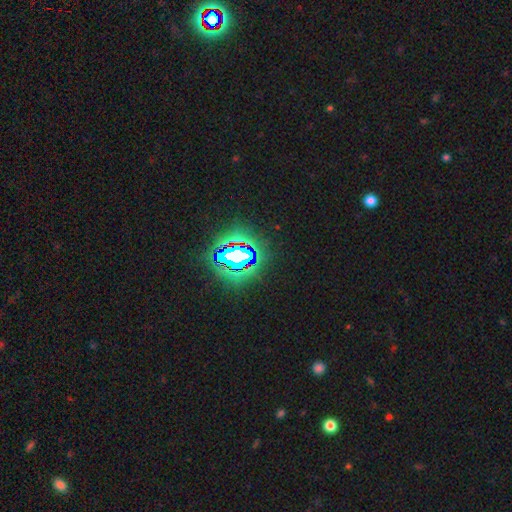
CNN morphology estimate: Q: Smooth or featured?
A: star or artifact (83%); runner-up: smooth (11%)